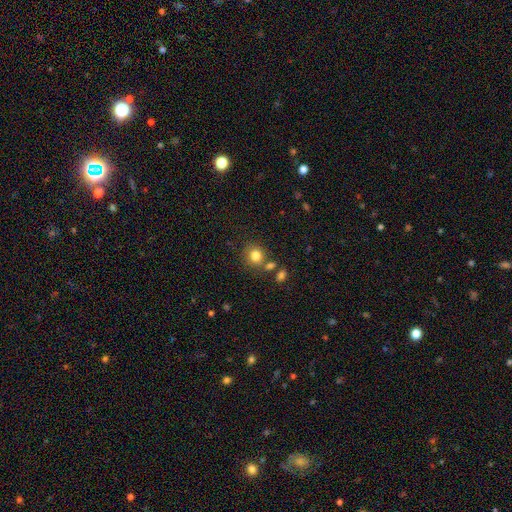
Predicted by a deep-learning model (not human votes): smooth-or-featured: smooth: 81% | star or artifact: 12% | featured or disk: 7%
  how-rounded: round: 81% | in between: 18% | cigar-shaped: 1%
  merging: none: 71% | merger: 14% | minor disturbance: 11% | major disturbance: 4%